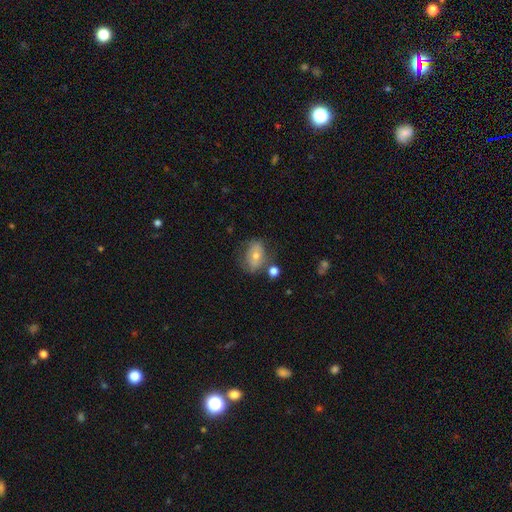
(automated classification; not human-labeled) Overall: smooth (60%; featured or disk 31%). How rounded: in between (71%). Merging: none (56%; minor disturbance 23%).